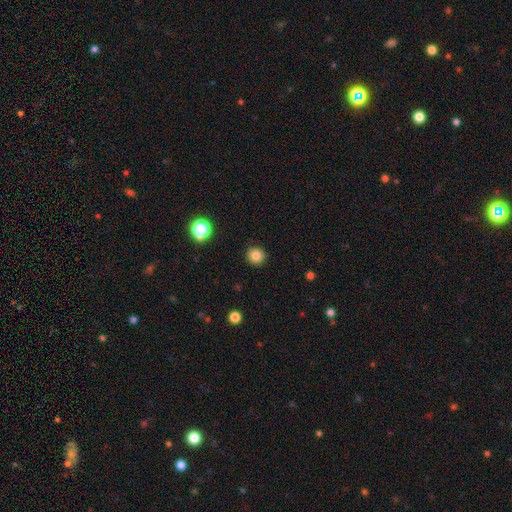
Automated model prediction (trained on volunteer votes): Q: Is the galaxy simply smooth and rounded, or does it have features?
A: smooth — 82%.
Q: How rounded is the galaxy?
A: round — 94%.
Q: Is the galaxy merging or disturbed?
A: none — 91%.